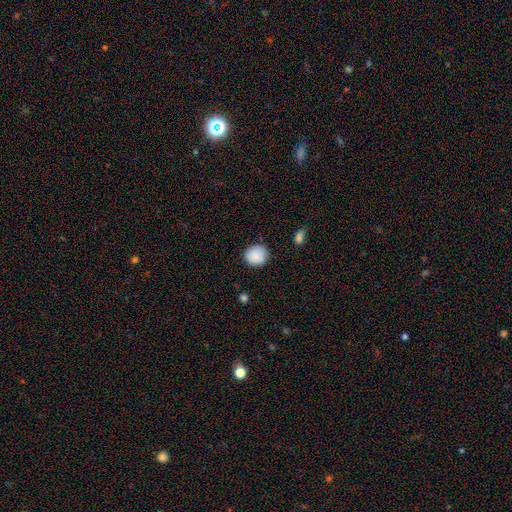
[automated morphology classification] This is clearly a smooth galaxy (89%). How rounded: clearly round (88%). Merging: clearly none (86%).